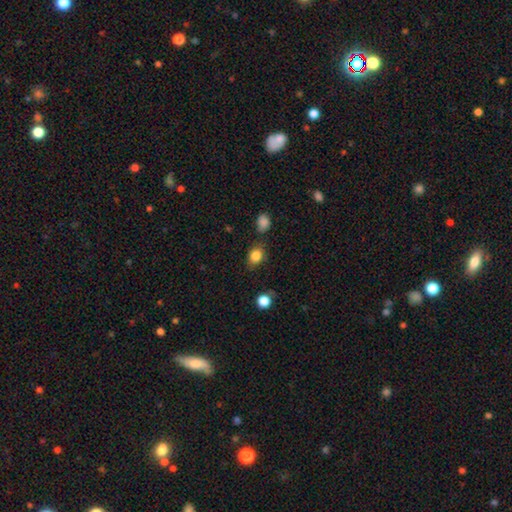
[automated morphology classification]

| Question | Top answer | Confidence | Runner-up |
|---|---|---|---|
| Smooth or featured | smooth | 83% | star or artifact (11%) |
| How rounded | in between | 54% | round (45%) |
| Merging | none | 74% | minor disturbance (17%) |